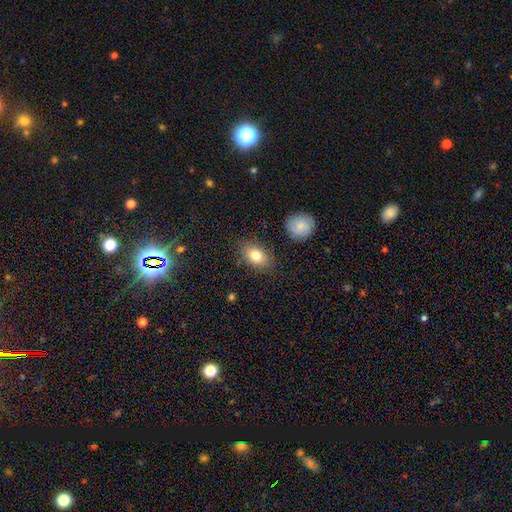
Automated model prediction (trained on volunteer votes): Smooth or featured? smooth (80%)
How rounded? in between (81%)
Merging? none (82%)